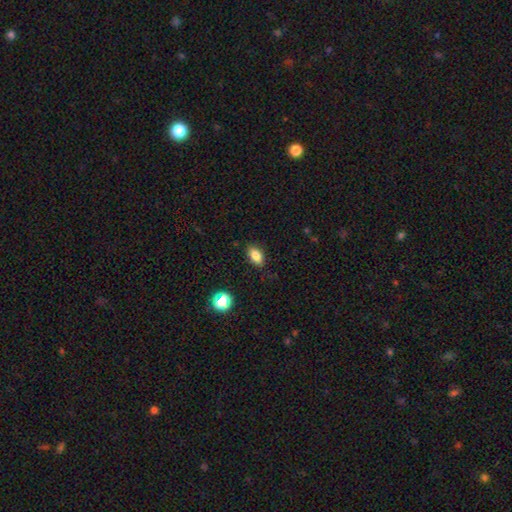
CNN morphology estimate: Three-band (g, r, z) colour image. It shows a smooth galaxy with no disk features (83%) that is in between round and cigar-shaped (88%). Merging: none (86%).